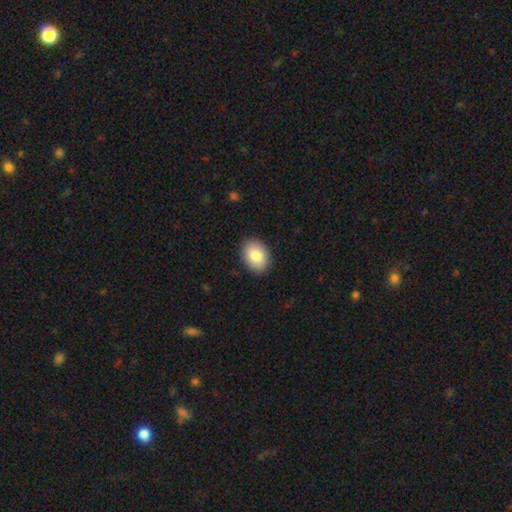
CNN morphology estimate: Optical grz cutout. It shows a smooth galaxy with no disk features (85%) that is in between round and cigar-shaped (79%). Merging: none (89%).